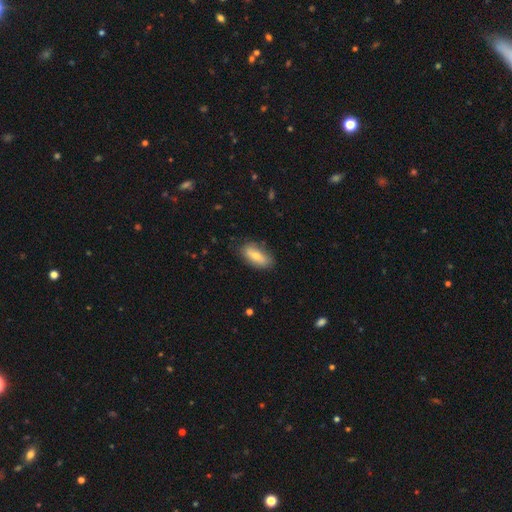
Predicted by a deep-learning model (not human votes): Smooth or featured? smooth (70%)
How rounded? in between (85%)
Merging? none (77%)